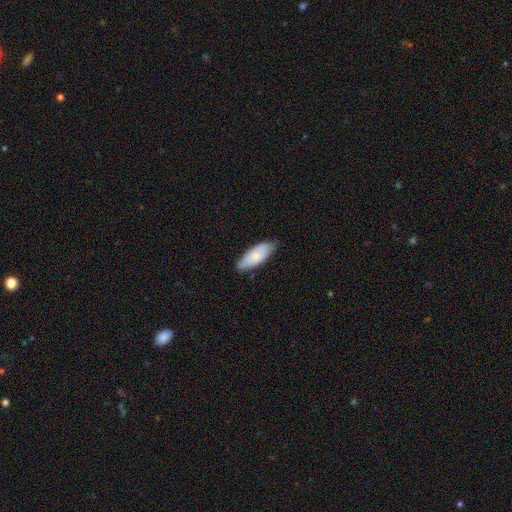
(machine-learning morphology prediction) The model was most divided on "how rounded": in between: 75%, cigar-shaped: 23%, round: 2%. More confident: smooth or featured — smooth (79%); merging — none (77%).